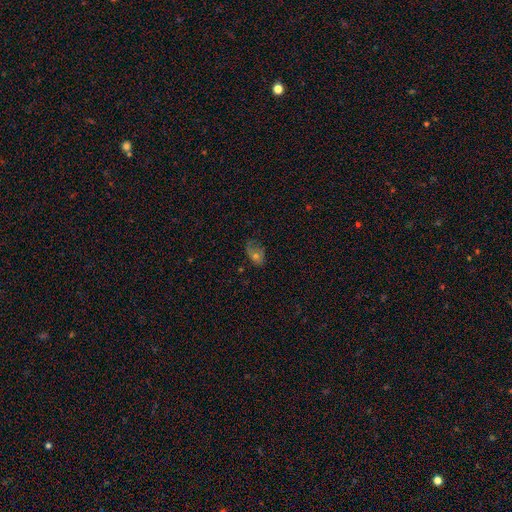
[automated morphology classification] The model was most divided on "merging": none: 45%, minor disturbance: 32%, major disturbance: 21%, merger: 2%. More confident: how rounded — in between (78%); smooth or featured — smooth (50%).